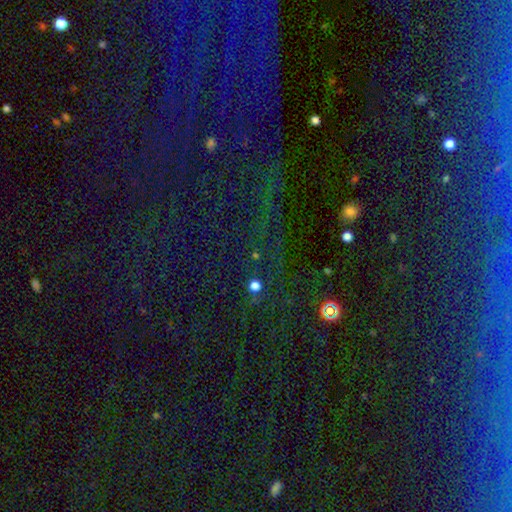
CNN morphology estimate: smooth-or-featured: star or artifact: 72% | smooth: 21% | featured or disk: 7%